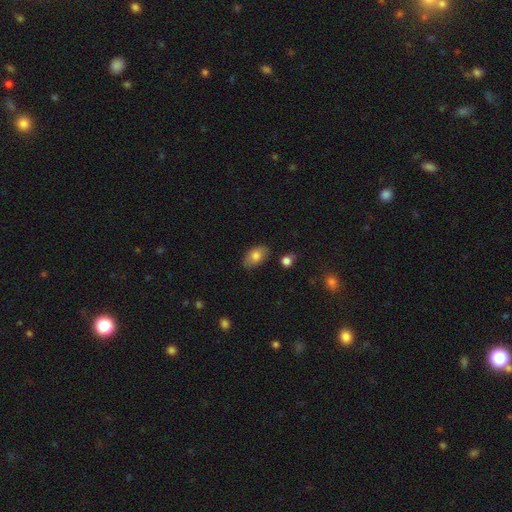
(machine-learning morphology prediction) This is likely a smooth galaxy (79%). How rounded: clearly in between (91%). Merging: clearly none (82%).